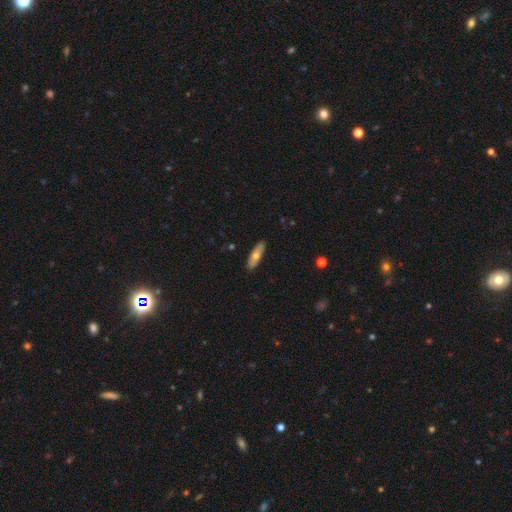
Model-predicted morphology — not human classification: type=smooth (62%); roundness=cigar-shaped (50%); merging=none (89%).